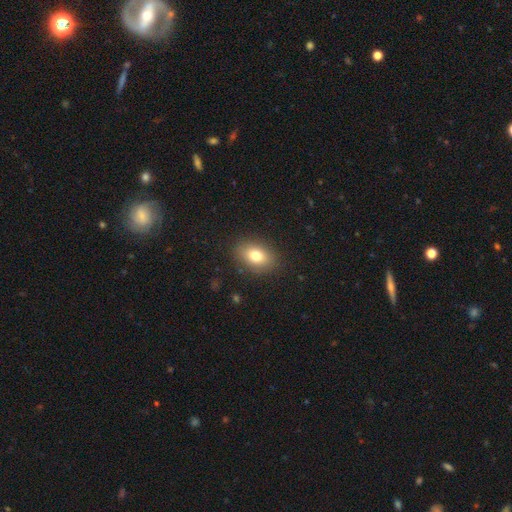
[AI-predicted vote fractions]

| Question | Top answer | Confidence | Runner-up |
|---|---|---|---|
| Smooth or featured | smooth | 78% | featured or disk (12%) |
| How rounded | in between | 79% | round (19%) |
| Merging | none | 87% | minor disturbance (9%) |